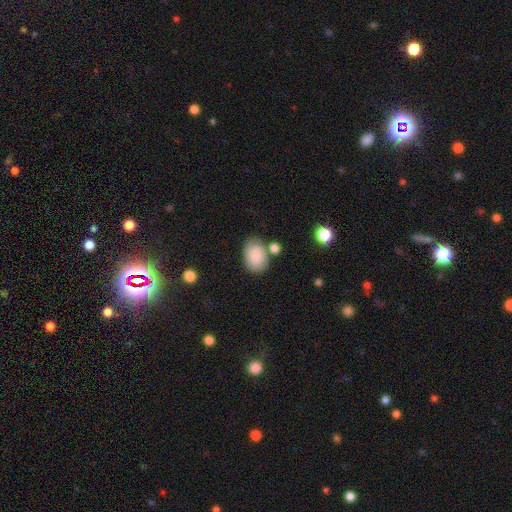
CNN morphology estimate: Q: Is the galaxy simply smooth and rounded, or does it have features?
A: smooth — 87%.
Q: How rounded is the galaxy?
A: in between — 79%.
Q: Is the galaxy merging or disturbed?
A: none — 69%.